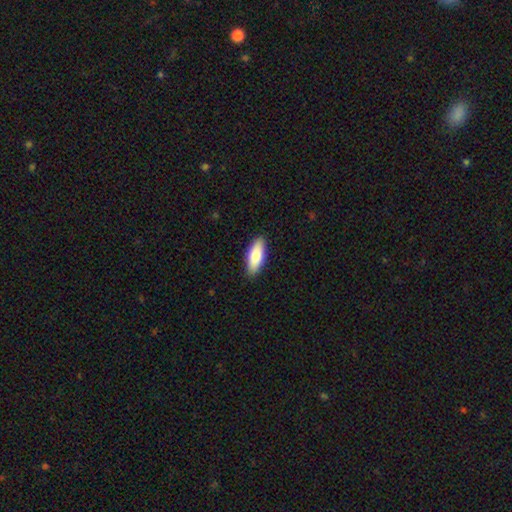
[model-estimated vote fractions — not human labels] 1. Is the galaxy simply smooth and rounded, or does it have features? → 82% smooth, 13% featured or disk, 5% star or artifact.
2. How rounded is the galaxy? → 74% in between, 24% cigar-shaped, 2% round.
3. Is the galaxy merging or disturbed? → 90% none, 8% minor disturbance, 2% major disturbance, 1% merger.